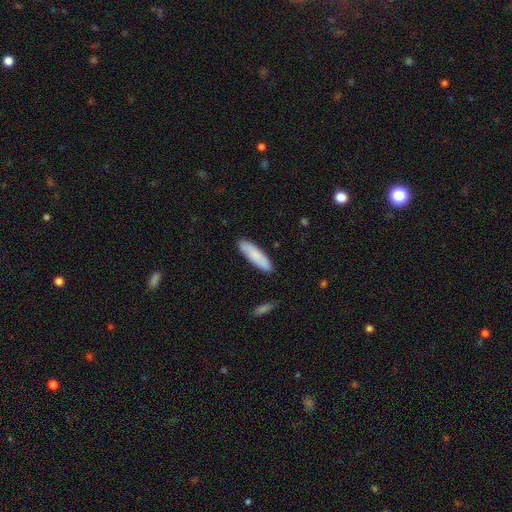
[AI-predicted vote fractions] This appears to be a smooth galaxy with no disk features (83%) that is cigar-shaped (67%). Merging: none (86%).